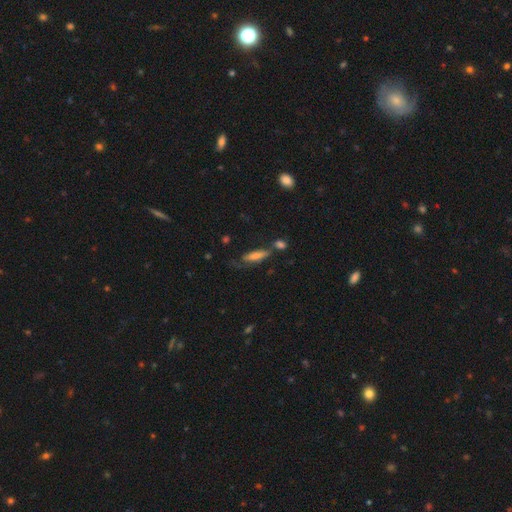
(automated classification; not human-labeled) smooth_or_featured: smooth (p=0.52) [alt: featured or disk p=0.34]
how_rounded: cigar-shaped (p=0.63) [alt: in between p=0.34]
merging: none (p=0.52) [alt: minor disturbance p=0.21]